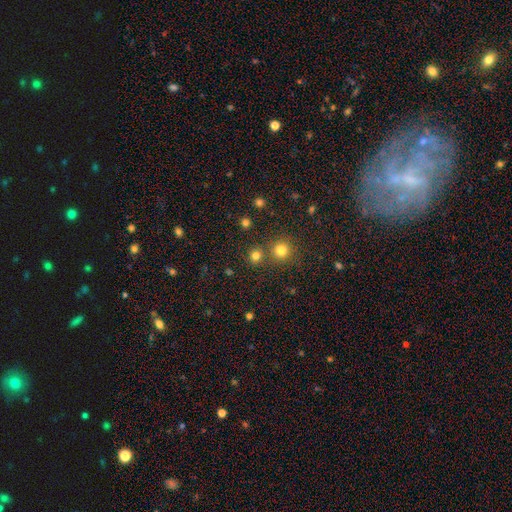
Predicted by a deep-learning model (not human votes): smooth-or-featured: smooth: 77% | star or artifact: 18% | featured or disk: 5%
  how-rounded: round: 90% | in between: 9% | cigar-shaped: 1%
  merging: none: 75% | merger: 16% | minor disturbance: 6% | major disturbance: 3%